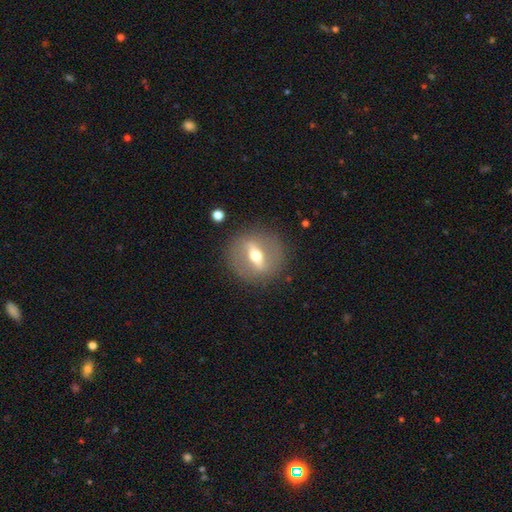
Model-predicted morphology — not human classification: type=featured or disk (69%); edge-on=no (57%); merging=none (86%).